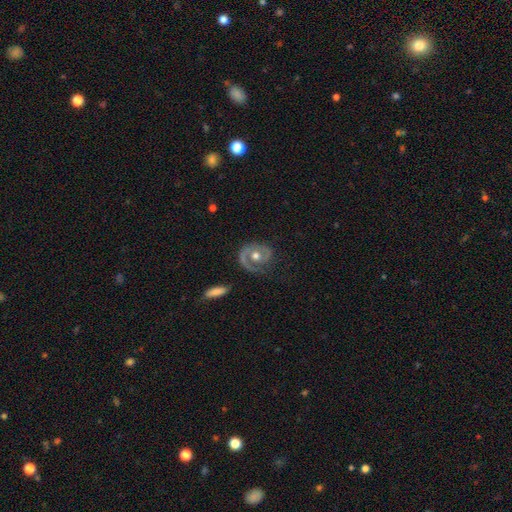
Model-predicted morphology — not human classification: The model was most divided on "spiral winding": tight: 49%, medium: 36%, loose: 15%. More confident: edge-on disk — no (97%); spiral arms — yes (82%); smooth or featured — featured or disk (80%); bulge size — moderate (77%); bar — no (73%); merging — none (68%); spiral arm count — 1 (52%).